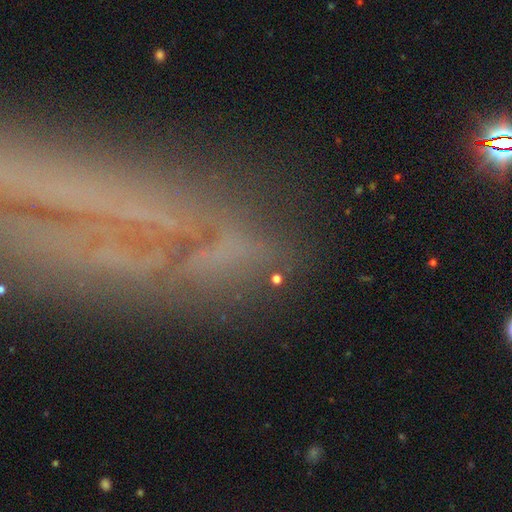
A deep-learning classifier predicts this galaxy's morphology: Smooth or featured? featured or disk (55%)
Edge-on disk? no (73%)
Merging? none (68%)